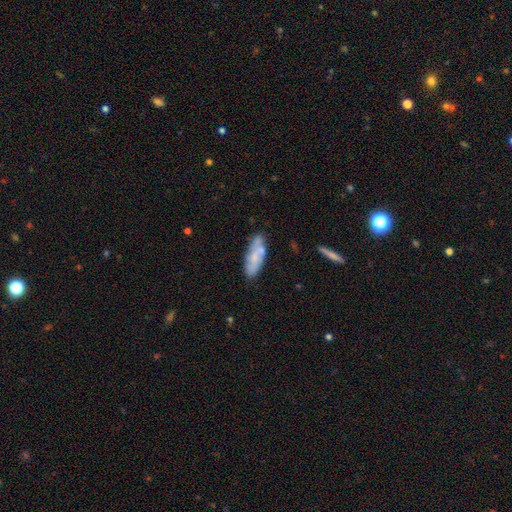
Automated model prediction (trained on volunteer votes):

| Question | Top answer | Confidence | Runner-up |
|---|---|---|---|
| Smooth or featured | smooth | 56% | featured or disk (37%) |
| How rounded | in between | 61% | cigar-shaped (37%) |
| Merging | none | 60% | minor disturbance (23%) |